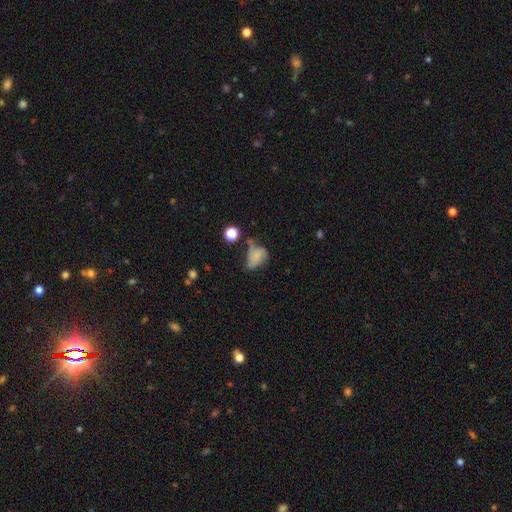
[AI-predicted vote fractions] Morphology: type=smooth (56%); roundness=in between (76%); merging=major disturbance (33%).